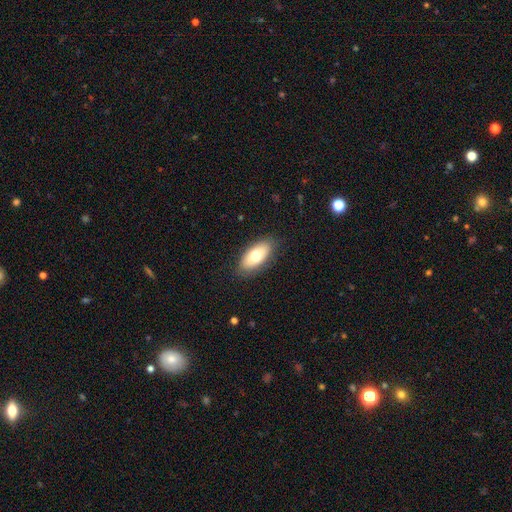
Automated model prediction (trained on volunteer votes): Smooth or featured? smooth (71%)
How rounded? in between (89%)
Merging? none (86%)